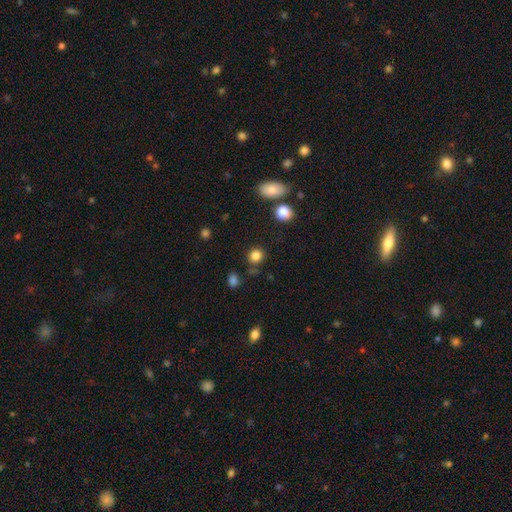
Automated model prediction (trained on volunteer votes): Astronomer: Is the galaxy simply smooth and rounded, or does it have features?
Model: smooth — 84%.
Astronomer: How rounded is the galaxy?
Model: round — 85%.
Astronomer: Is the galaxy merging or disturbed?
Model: none — 84%.